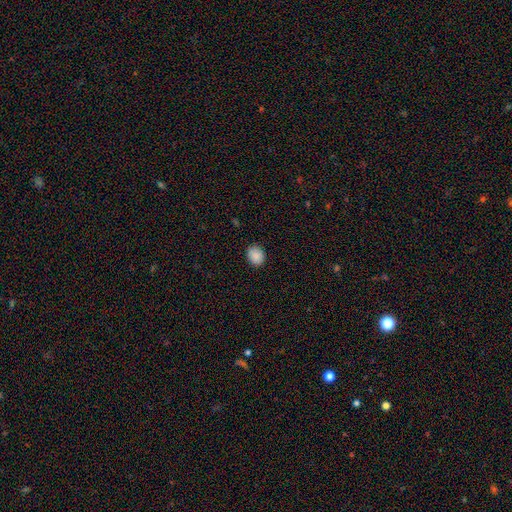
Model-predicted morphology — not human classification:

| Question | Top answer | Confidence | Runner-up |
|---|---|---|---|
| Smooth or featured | smooth | 89% | star or artifact (8%) |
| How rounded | round | 54% | in between (45%) |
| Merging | none | 88% | minor disturbance (9%) |